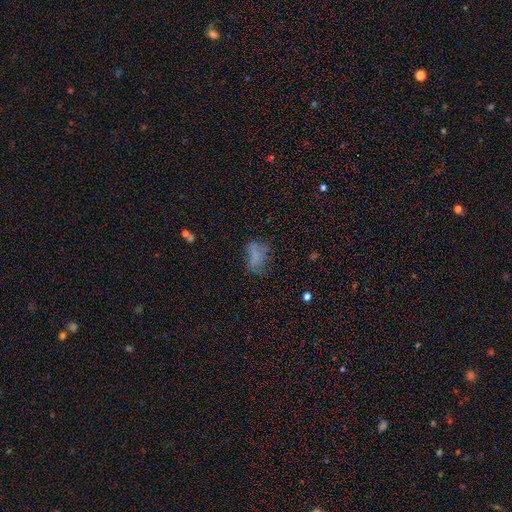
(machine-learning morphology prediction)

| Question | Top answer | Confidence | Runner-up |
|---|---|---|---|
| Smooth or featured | smooth | 54% | featured or disk (27%) |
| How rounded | in between | 80% | round (15%) |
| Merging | none | 45% | major disturbance (26%) |